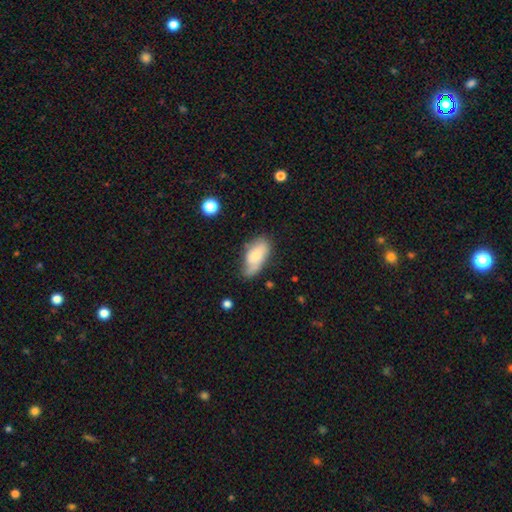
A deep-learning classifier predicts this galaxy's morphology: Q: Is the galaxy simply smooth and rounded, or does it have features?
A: smooth — 68%.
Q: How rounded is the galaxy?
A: in between — 91%.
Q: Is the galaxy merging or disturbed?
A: none — 50%.